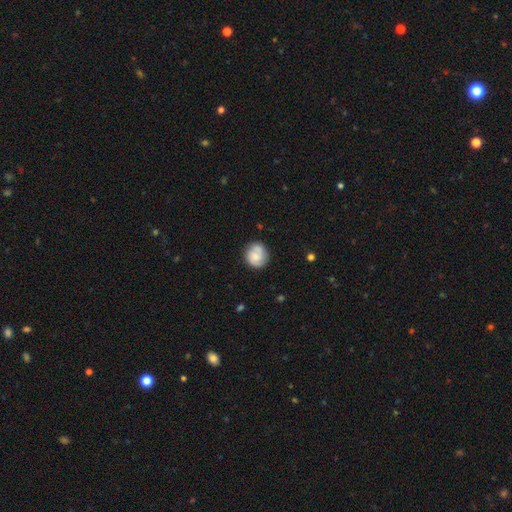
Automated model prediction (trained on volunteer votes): The model was most divided on "smooth or featured": smooth: 59%, featured or disk: 34%, star or artifact: 8%. More confident: how rounded — round (80%); merging — none (73%).